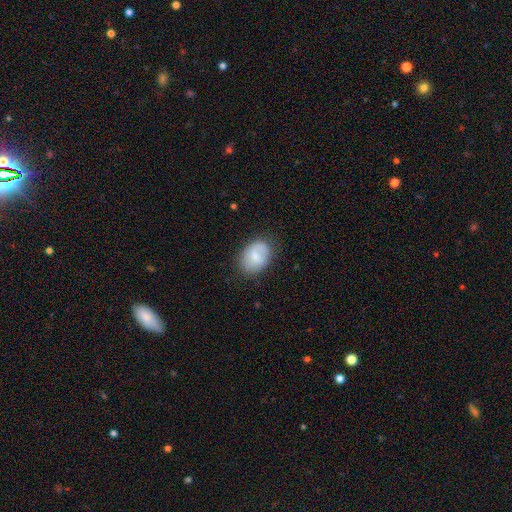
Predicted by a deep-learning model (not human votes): Morphology: type=smooth (69%); roundness=in between (68%); merging=none (71%).